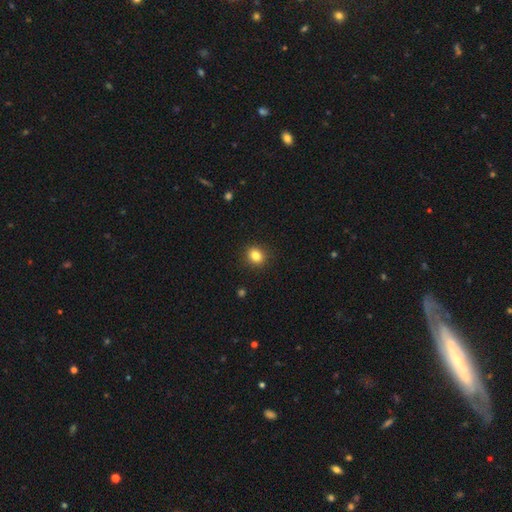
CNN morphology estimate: Smooth or featured: smooth — 83% (star or artifact — 11%)
How rounded: round — 69% (in between — 30%)
Merging: none — 90% (minor disturbance — 7%)